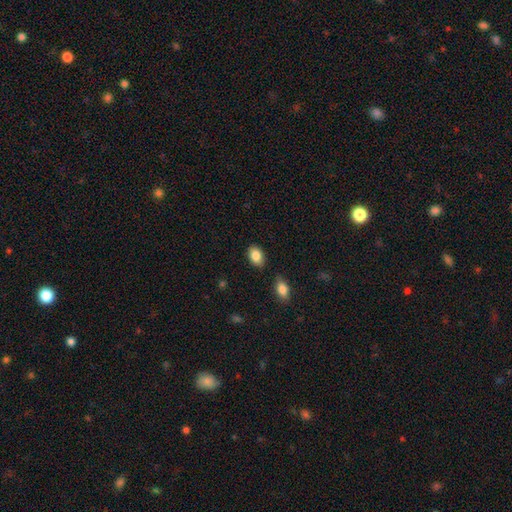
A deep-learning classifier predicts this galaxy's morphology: Smooth or featured?
  - smooth: 86% *
  - star or artifact: 7%
  - featured or disk: 7%
How rounded?
  - in between: 86% *
  - round: 13%
  - cigar-shaped: 1%
Merging?
  - none: 84% *
  - minor disturbance: 11%
  - merger: 3%
  - major disturbance: 2%